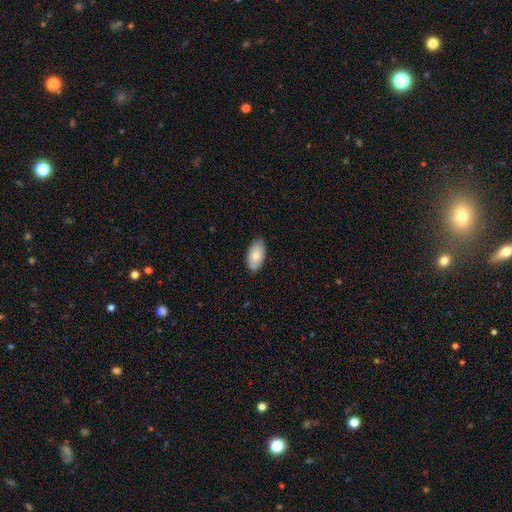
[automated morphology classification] Smooth or featured? Predicted: smooth (p=0.80). How rounded? Predicted: in between (p=0.95). Merging? Predicted: none (p=0.83).